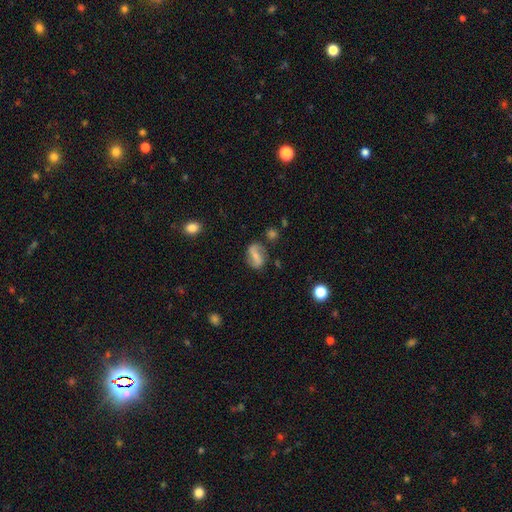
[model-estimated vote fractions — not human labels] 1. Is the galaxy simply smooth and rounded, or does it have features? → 57% featured or disk, 34% smooth, 9% star or artifact.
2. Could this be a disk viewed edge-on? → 95% no, 5% yes.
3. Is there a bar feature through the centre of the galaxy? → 51% strong, 30% weak, 19% no.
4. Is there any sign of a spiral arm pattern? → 81% yes, 19% no.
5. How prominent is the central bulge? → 44% small, 26% none, 25% moderate, 3% large, 2% dominant.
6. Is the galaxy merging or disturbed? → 72% none, 17% minor disturbance, 7% major disturbance, 4% merger.